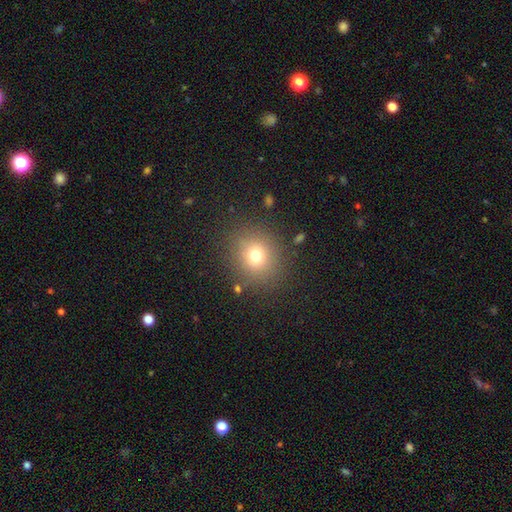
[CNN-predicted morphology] Smooth or featured: smooth — 73% (star or artifact — 16%)
How rounded: round — 86% (in between — 14%)
Merging: none — 85% (minor disturbance — 8%)